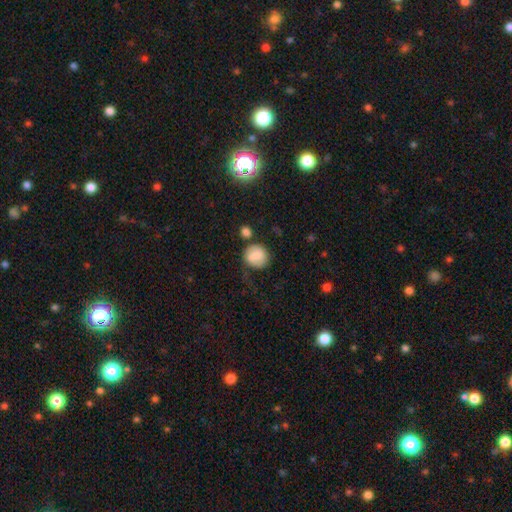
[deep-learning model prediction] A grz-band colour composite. It shows a smooth galaxy with no disk features (76%) that is round (85%). Merging: none (60%).